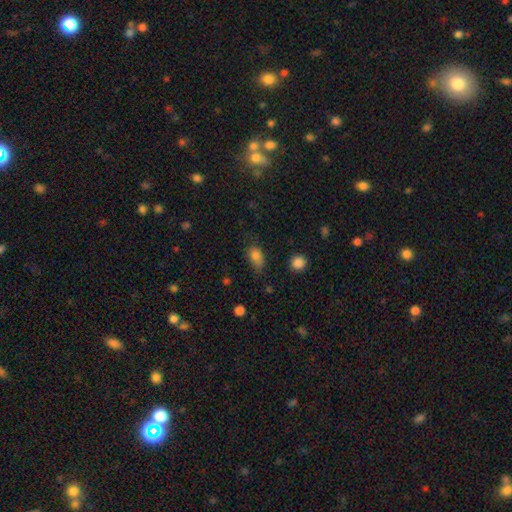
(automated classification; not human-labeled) The model was most divided on "merging": none: 51%, minor disturbance: 34%, major disturbance: 12%, merger: 3%. More confident: how rounded — in between (82%); smooth or featured — smooth (81%).